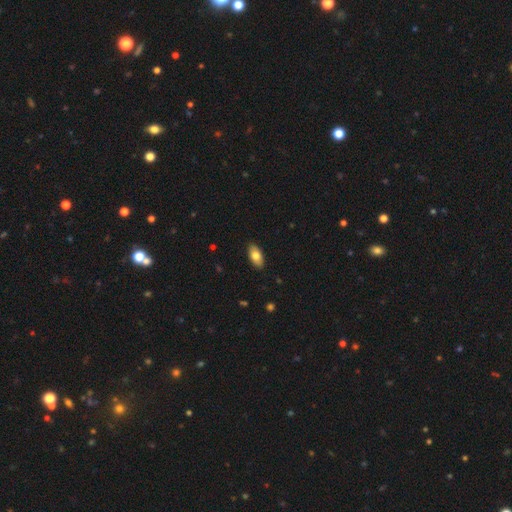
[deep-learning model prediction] Smooth or featured? smooth (77%)
How rounded? in between (92%)
Merging? none (89%)